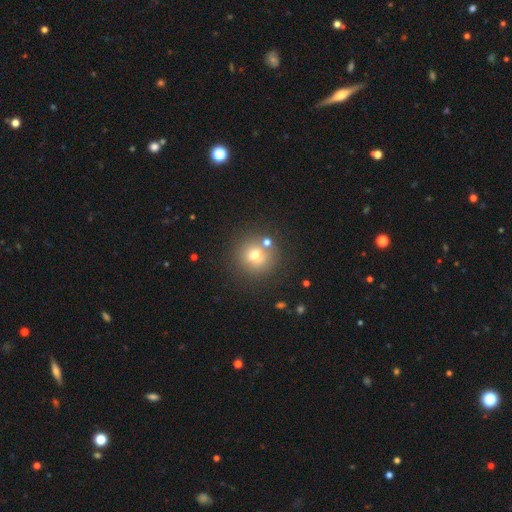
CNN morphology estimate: A smooth galaxy with no disk features (68%) that is round (93%). Merging: none (75%).